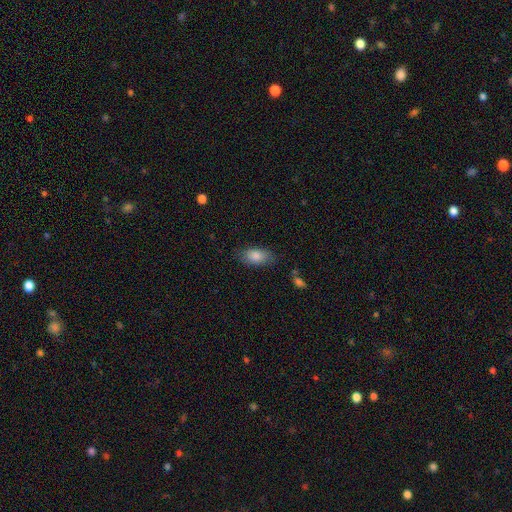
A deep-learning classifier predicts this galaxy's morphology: Smooth or featured: smooth — 83% (featured or disk — 9%)
How rounded: in between — 90% (round — 6%)
Merging: none — 79% (minor disturbance — 15%)